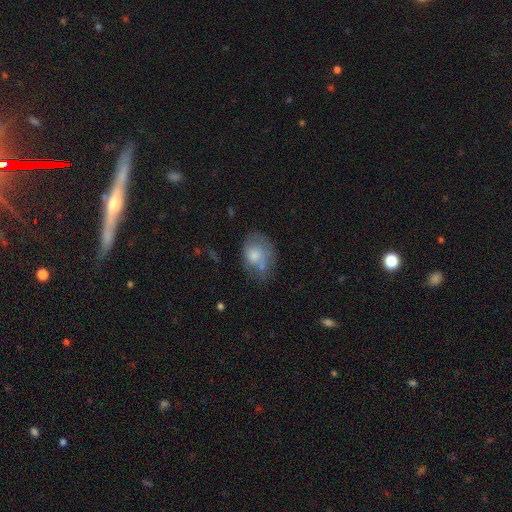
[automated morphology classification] Q: Smooth or featured?
A: smooth (66%); runner-up: featured or disk (26%)
Q: How rounded?
A: in between (69%); runner-up: round (30%)
Q: Merging?
A: none (39%); runner-up: minor disturbance (29%)